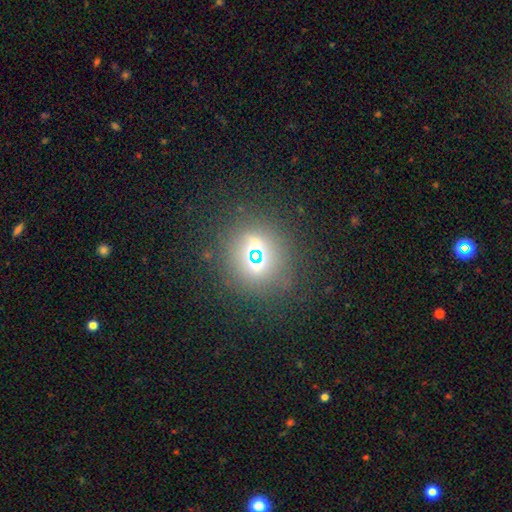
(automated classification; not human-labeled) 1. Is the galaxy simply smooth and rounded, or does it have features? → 54% star or artifact, 33% smooth, 12% featured or disk.